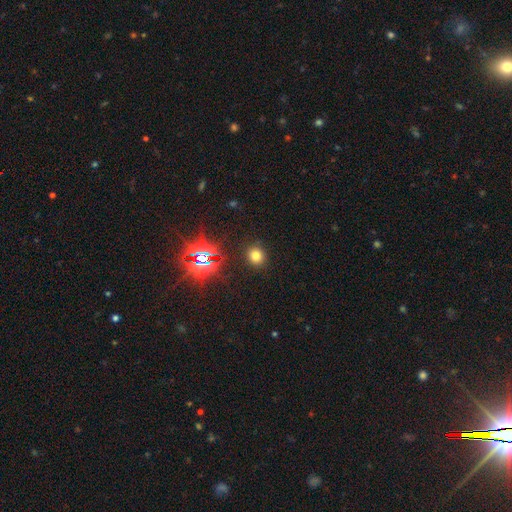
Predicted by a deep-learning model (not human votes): A smooth galaxy with no disk features (71%) that is round (82%).

Vote fractions:
- Smooth or featured? smooth: 71% / star or artifact: 22% / featured or disk: 7%
- How rounded? round: 82% / in between: 17% / cigar-shaped: 1%
- Merging? none: 90% / minor disturbance: 6% / major disturbance: 3% / merger: 1%